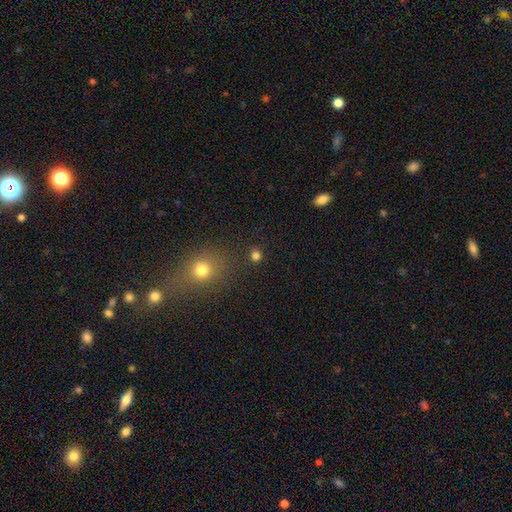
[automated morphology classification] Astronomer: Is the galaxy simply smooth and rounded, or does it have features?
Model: smooth — 78%.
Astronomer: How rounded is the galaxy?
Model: round — 81%.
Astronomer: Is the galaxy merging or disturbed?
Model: none — 81%.